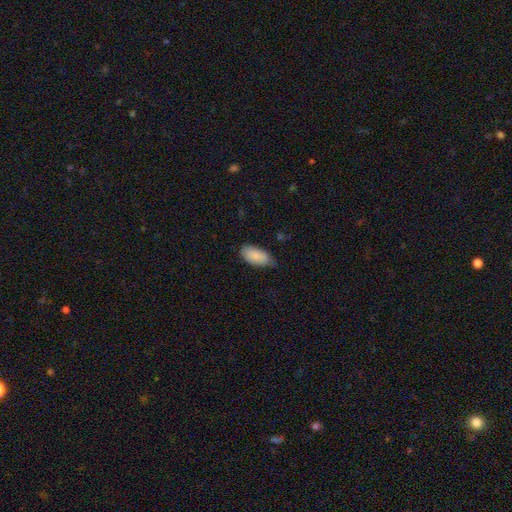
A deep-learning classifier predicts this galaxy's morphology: smooth-or-featured: smooth: 86% | featured or disk: 8% | star or artifact: 6%
  how-rounded: in between: 94% | cigar-shaped: 4% | round: 2%
  merging: none: 55% | minor disturbance: 38% | major disturbance: 6% | merger: 2%